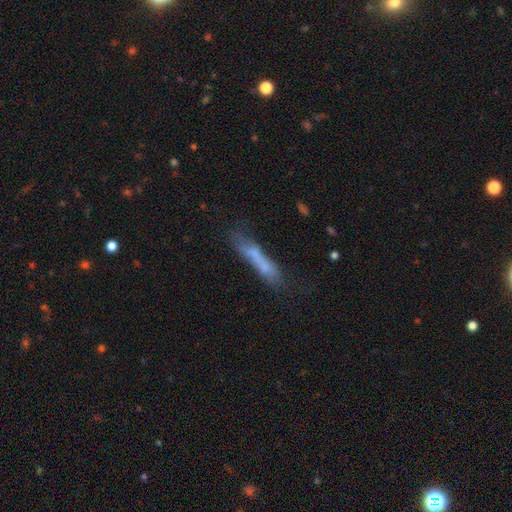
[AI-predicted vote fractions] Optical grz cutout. It shows a smooth galaxy with no disk features (56%) that is cigar-shaped (86%). Merging: none (44%).